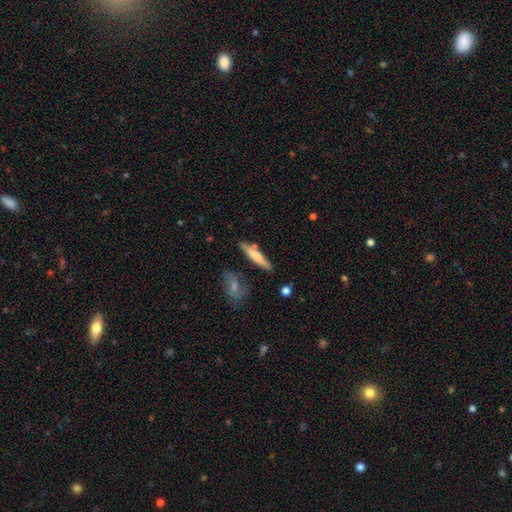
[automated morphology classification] This is likely a smooth galaxy (63%). How rounded: clearly cigar-shaped (85%). Merging: likely none (76%).